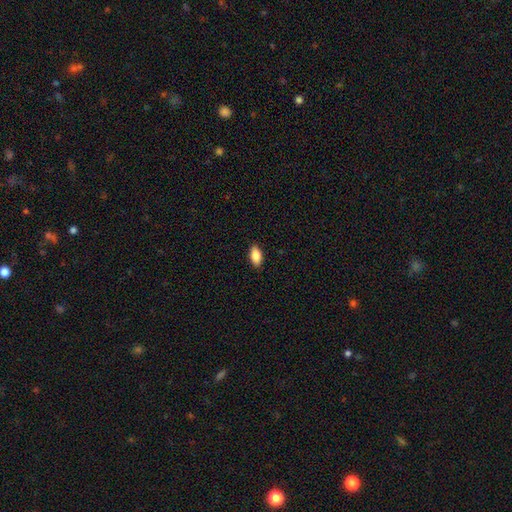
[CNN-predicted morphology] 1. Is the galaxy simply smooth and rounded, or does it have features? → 86% smooth, 7% featured or disk, 7% star or artifact.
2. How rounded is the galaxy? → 91% in between, 6% cigar-shaped, 3% round.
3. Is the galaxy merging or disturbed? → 89% none, 8% minor disturbance, 2% major disturbance, 1% merger.